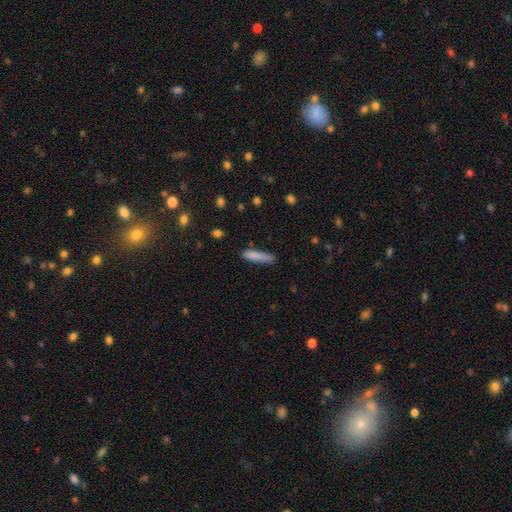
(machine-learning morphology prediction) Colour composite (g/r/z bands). It shows a smooth galaxy with no disk features (84%) that is cigar-shaped (80%). Merging: none (71%).